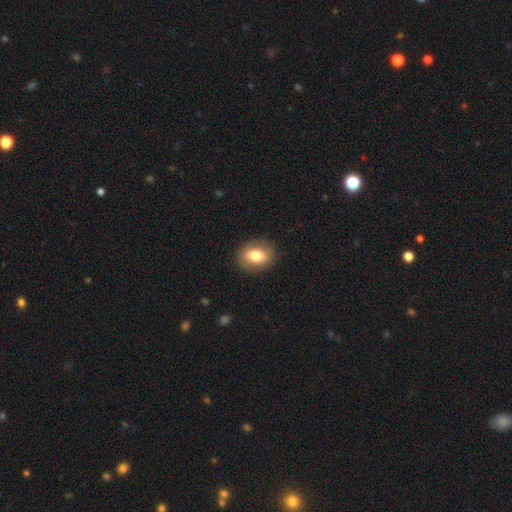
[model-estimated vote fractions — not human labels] A smooth galaxy with no disk features (73%) that is in between round and cigar-shaped (56%).

Vote fractions:
- Smooth or featured? smooth: 73% / featured or disk: 19% / star or artifact: 8%
- How rounded? in between: 56% / round: 43% / cigar-shaped: 1%
- Merging? none: 88% / minor disturbance: 9% / major disturbance: 3% / merger: 1%